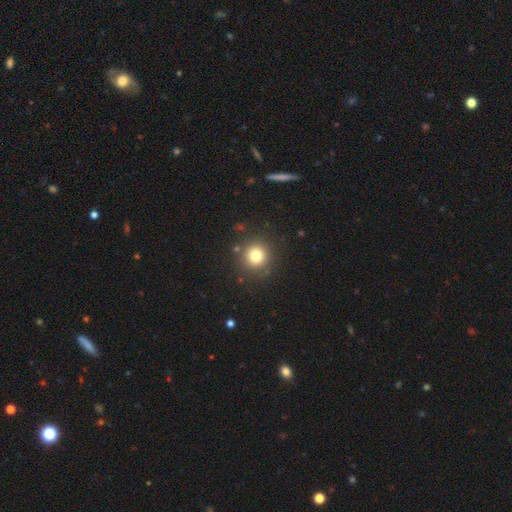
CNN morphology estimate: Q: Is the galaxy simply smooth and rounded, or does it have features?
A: smooth — 78%.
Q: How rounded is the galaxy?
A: round — 94%.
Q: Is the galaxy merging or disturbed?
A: none — 87%.